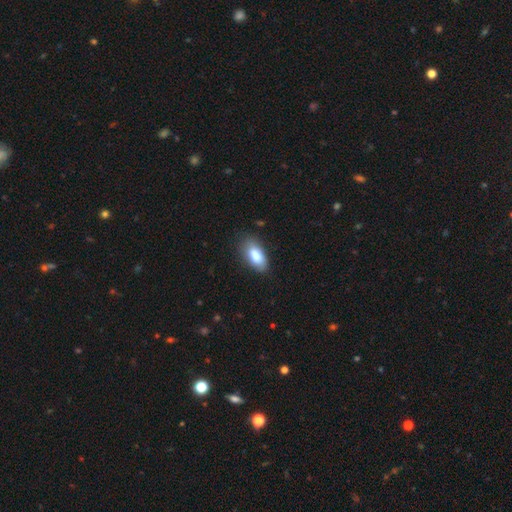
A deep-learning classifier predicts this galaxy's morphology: smooth_or_featured: smooth (p=0.82) [alt: featured or disk p=0.11]
how_rounded: in between (p=0.91) [alt: cigar-shaped p=0.05]
merging: none (p=0.76) [alt: minor disturbance p=0.18]